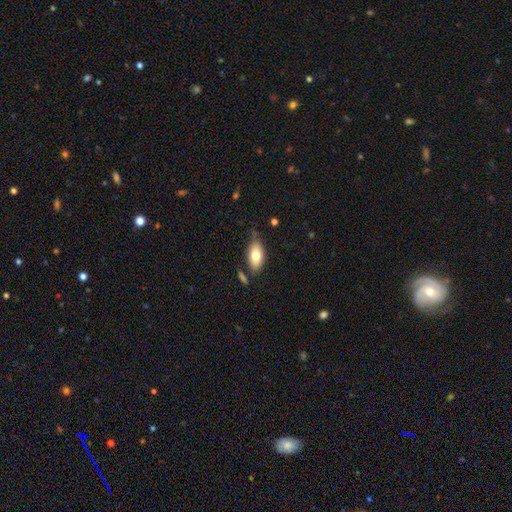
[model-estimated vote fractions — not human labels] Smooth or featured?
  - smooth: 76% *
  - featured or disk: 17%
  - star or artifact: 7%
How rounded?
  - in between: 91% *
  - cigar-shaped: 5%
  - round: 4%
Merging?
  - none: 72% *
  - minor disturbance: 18%
  - merger: 6%
  - major disturbance: 4%